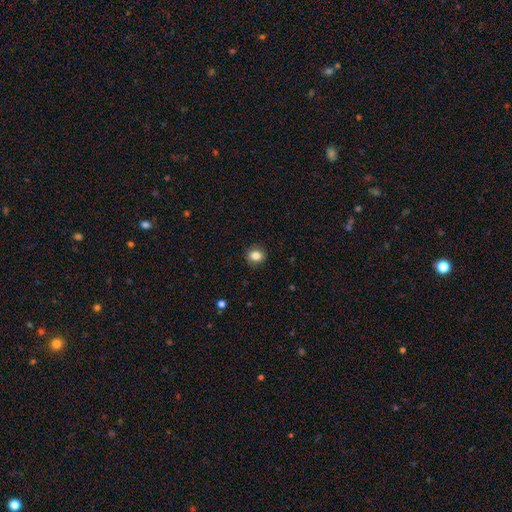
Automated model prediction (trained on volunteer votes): The model was most divided on "how rounded": round: 74%, in between: 25%, cigar-shaped: 1%. More confident: merging — none (90%); smooth or featured — smooth (85%).